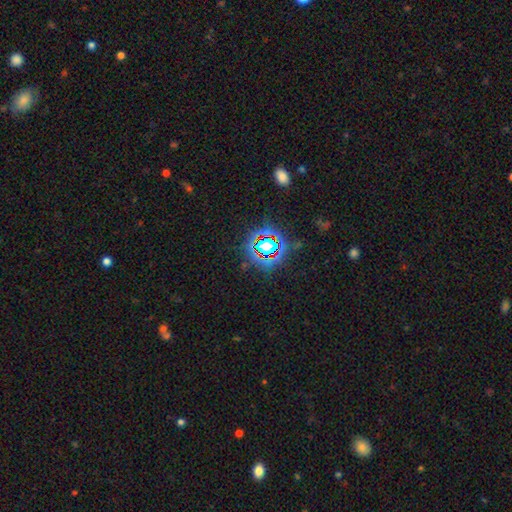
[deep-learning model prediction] This appears to be a star or artifact, not a galaxy (79%).